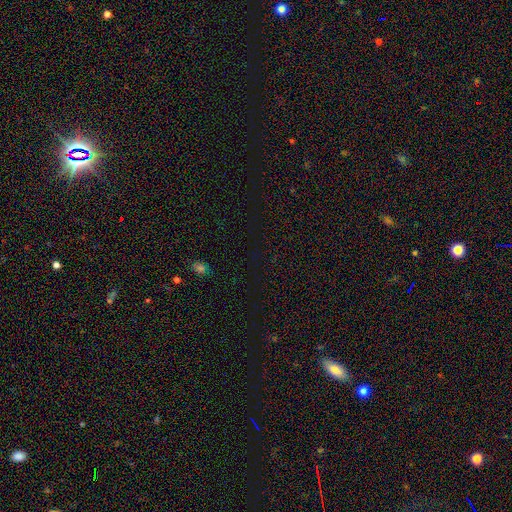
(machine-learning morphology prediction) This appears to be a star or artifact, not a galaxy (68%).